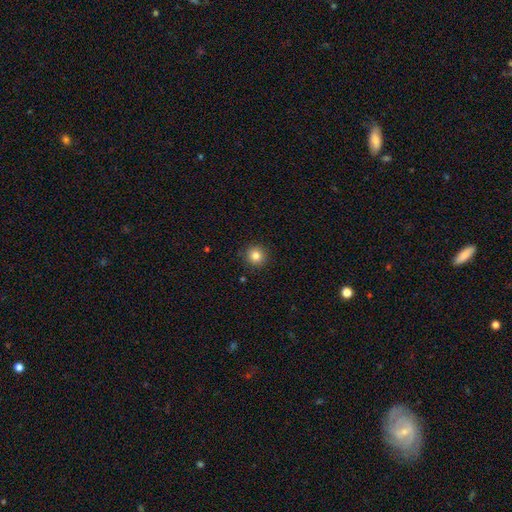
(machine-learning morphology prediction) Smooth or featured: smooth — 82% (star or artifact — 12%)
How rounded: round — 94% (in between — 5%)
Merging: none — 91% (minor disturbance — 6%)